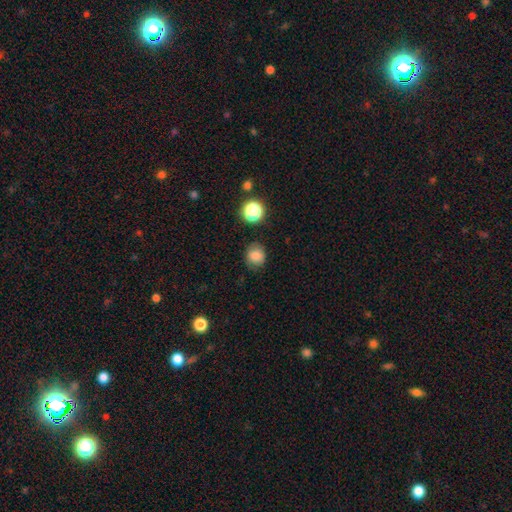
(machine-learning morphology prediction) smooth-or-featured: smooth: 81% | star or artifact: 13% | featured or disk: 7%
  how-rounded: round: 82% | in between: 17% | cigar-shaped: 1%
  merging: none: 80% | minor disturbance: 14% | major disturbance: 4% | merger: 2%